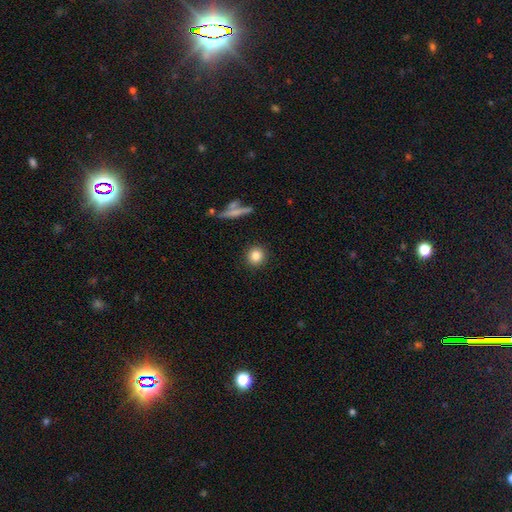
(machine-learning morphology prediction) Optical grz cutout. It shows a smooth galaxy with no disk features (83%) that is round (91%). Merging: none (90%).